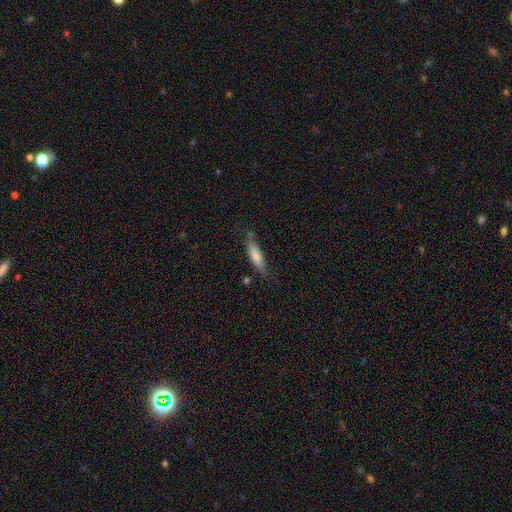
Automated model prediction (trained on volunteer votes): Smooth or featured?
  - smooth: 69% *
  - featured or disk: 24%
  - star or artifact: 7%
How rounded?
  - cigar-shaped: 73% *
  - in between: 25%
  - round: 2%
Merging?
  - none: 71% *
  - minor disturbance: 21%
  - major disturbance: 5%
  - merger: 4%